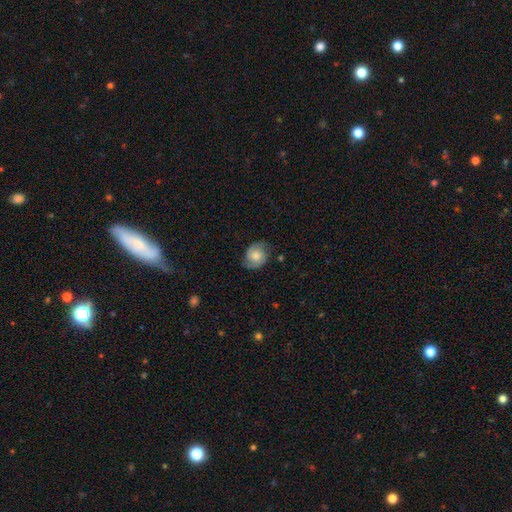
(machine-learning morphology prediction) Q: Smooth or featured?
A: featured or disk (50%); runner-up: smooth (42%)
Q: Edge-on disk?
A: no (97%); runner-up: yes (3%)
Q: Merging?
A: none (72%); runner-up: minor disturbance (21%)